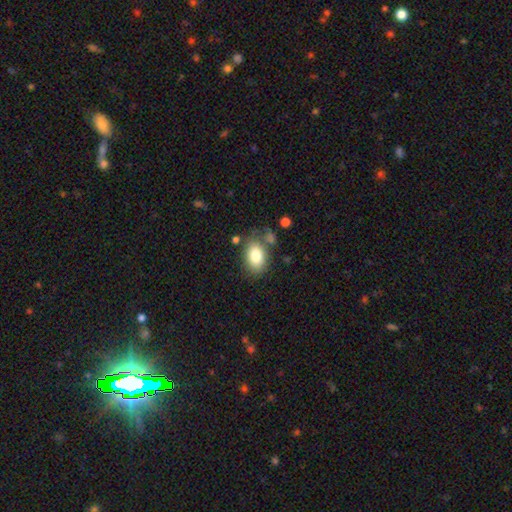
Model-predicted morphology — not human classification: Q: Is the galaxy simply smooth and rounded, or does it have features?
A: smooth — 81%.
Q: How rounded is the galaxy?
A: in between — 84%.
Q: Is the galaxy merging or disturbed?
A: none — 73%.